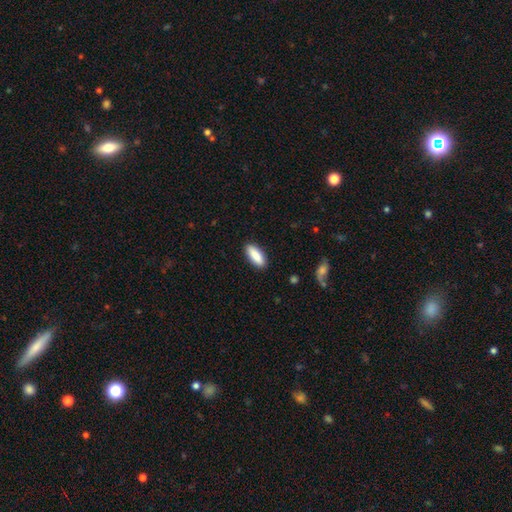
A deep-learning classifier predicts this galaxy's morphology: smooth-or-featured: smooth: 88% | featured or disk: 6% | star or artifact: 6%
  how-rounded: in between: 69% | cigar-shaped: 29% | round: 2%
  merging: none: 89% | minor disturbance: 8% | major disturbance: 2% | merger: 1%